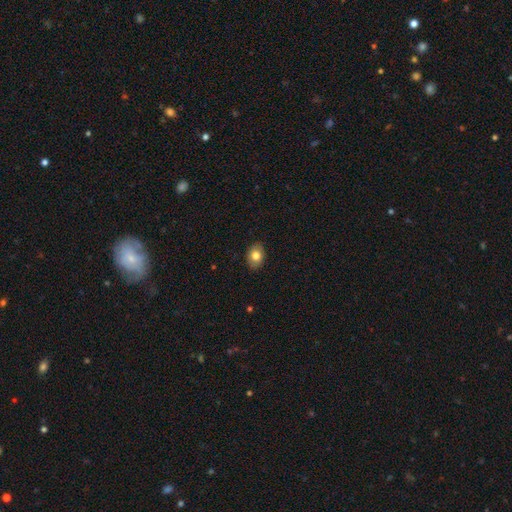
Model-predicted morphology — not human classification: smooth 81%, featured or disk 11%, star or artifact 8%. Down the decision tree: how rounded — in between (76%); merging — none (86%).